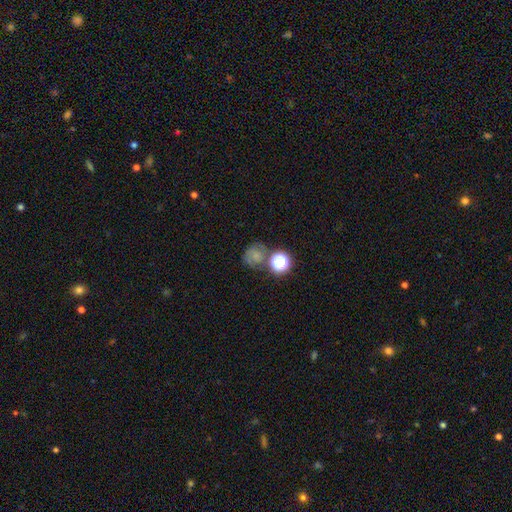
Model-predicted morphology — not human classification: smooth_or_featured: smooth (p=0.59) [alt: star or artifact p=0.21]
how_rounded: round (p=0.75) [alt: in between p=0.24]
merging: none (p=0.52) [alt: merger p=0.18]